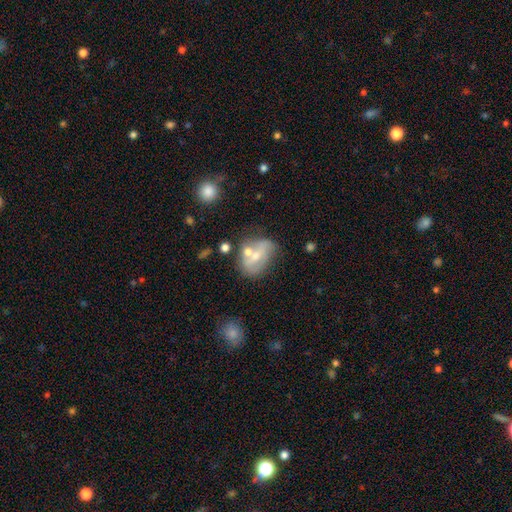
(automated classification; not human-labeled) A featured or disk galaxy (46%).

Vote fractions:
- Smooth or featured? featured or disk: 46% / smooth: 44% / star or artifact: 10%
- Merging? none: 38% / merger: 27% / minor disturbance: 22% / major disturbance: 13%